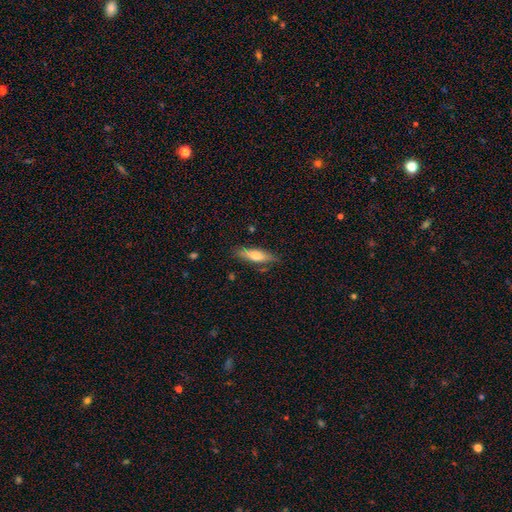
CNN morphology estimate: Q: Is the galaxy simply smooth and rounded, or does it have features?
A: smooth — 66%.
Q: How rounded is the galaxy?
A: cigar-shaped — 60%.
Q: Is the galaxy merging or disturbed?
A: none — 79%.